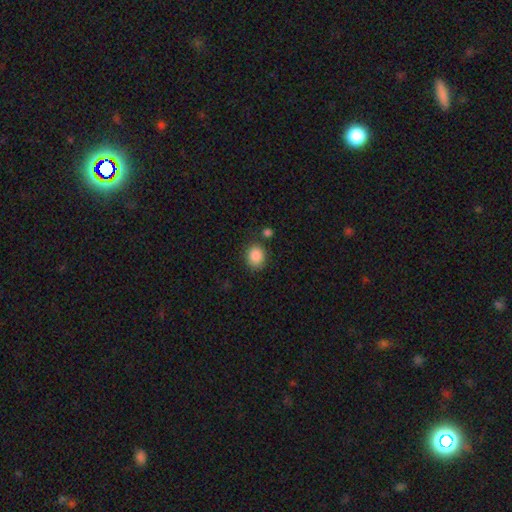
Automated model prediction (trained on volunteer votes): The model was most divided on "how rounded": round: 64%, in between: 36%, cigar-shaped: 1%. More confident: smooth or featured — smooth (88%); merging — none (80%).